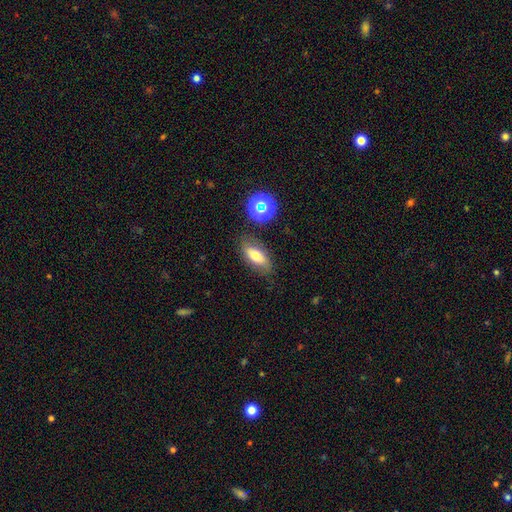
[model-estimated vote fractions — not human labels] Smooth or featured? smooth (67%)
How rounded? in between (80%)
Merging? none (77%)